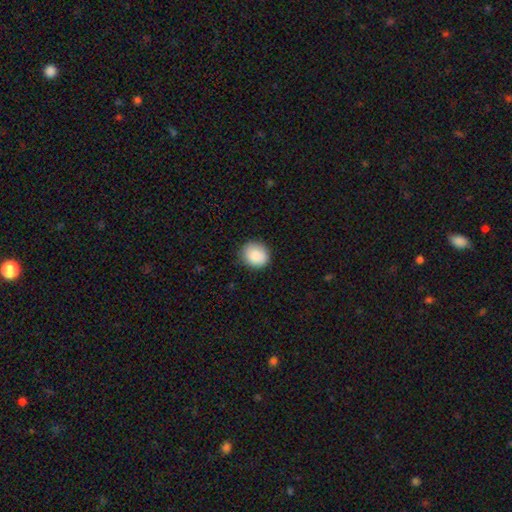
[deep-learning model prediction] This is clearly a smooth galaxy (88%). How rounded: likely round (78%). Merging: clearly none (87%).